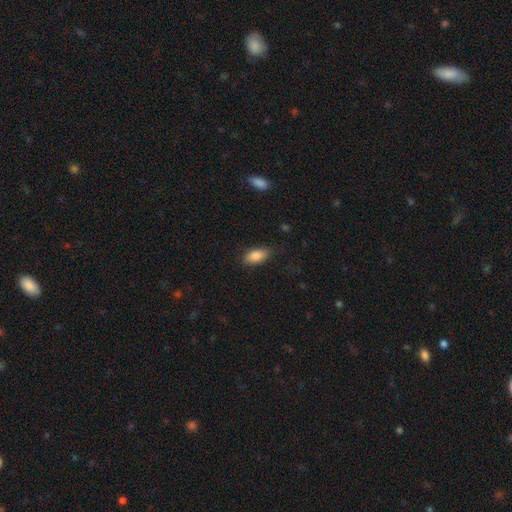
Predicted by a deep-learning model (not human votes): smooth-or-featured: smooth: 84% | featured or disk: 9% | star or artifact: 7%
  how-rounded: in between: 89% | cigar-shaped: 8% | round: 4%
  merging: none: 79% | minor disturbance: 16% | major disturbance: 4% | merger: 1%